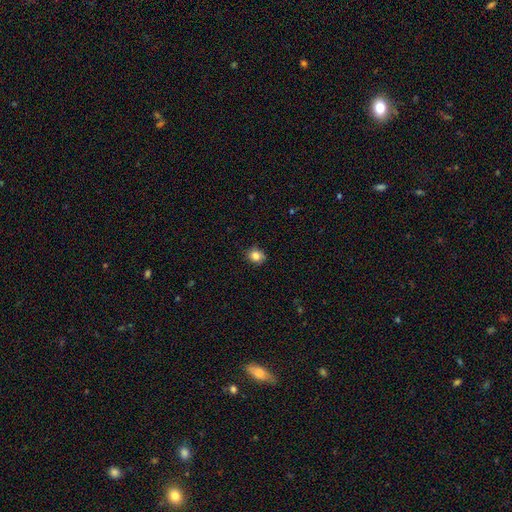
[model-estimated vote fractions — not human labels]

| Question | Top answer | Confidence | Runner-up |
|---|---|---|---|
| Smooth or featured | smooth | 84% | star or artifact (10%) |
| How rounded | round | 65% | in between (34%) |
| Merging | none | 83% | minor disturbance (13%) |